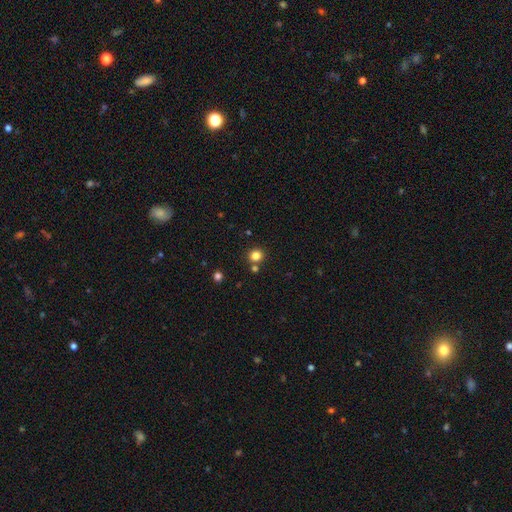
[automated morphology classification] A smooth galaxy with no disk features (81%) that is round (91%). Merging: none (79%).